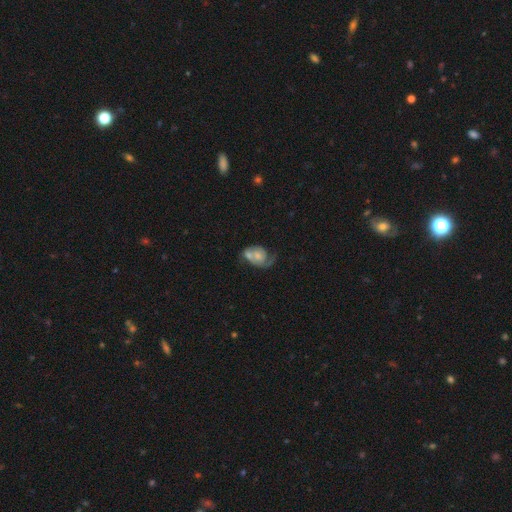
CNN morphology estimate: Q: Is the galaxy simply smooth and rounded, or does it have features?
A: featured or disk — 62%.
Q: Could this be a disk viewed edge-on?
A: no — 97%.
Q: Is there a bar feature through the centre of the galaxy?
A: no — 73%.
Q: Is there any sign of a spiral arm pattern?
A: yes — 78%.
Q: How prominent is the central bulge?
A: small — 41%.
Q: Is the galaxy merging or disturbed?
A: merger — 34%.